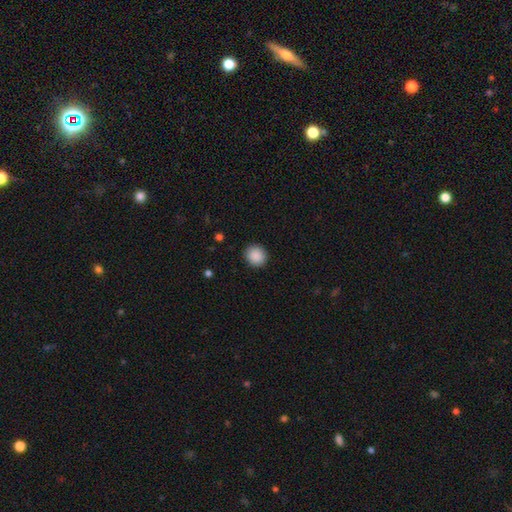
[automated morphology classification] Smooth or featured? Predicted: smooth (p=0.90). How rounded? Predicted: round (p=0.88). Merging? Predicted: none (p=0.91).